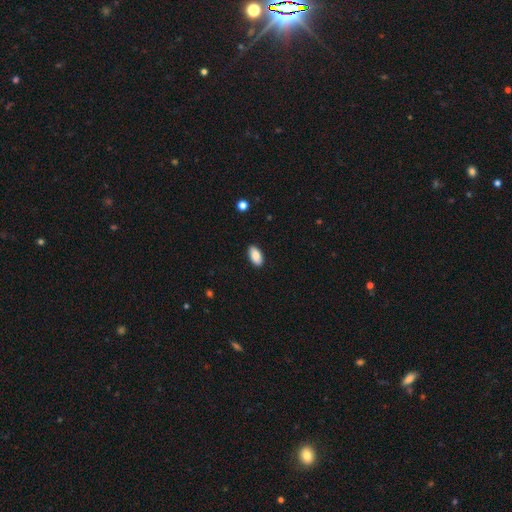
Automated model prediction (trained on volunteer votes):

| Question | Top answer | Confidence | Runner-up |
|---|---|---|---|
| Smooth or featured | smooth | 86% | featured or disk (7%) |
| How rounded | in between | 94% | cigar-shaped (4%) |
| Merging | none | 89% | minor disturbance (9%) |